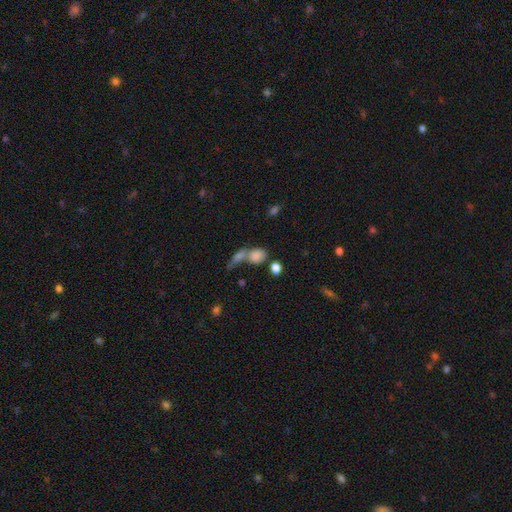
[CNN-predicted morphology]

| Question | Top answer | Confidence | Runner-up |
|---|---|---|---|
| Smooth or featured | smooth | 79% | star or artifact (11%) |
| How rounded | in between | 60% | round (36%) |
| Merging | merger | 48% | none (36%) |